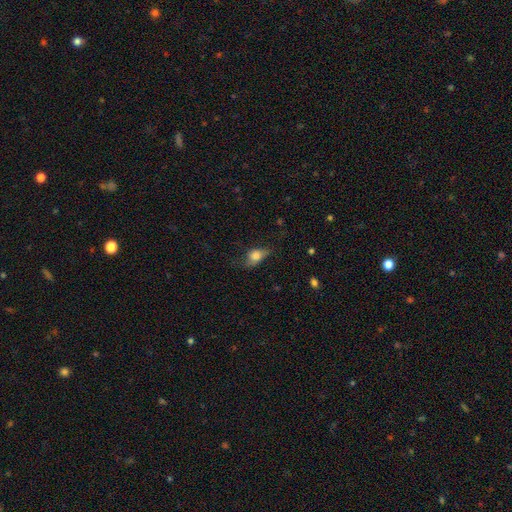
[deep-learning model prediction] Smooth or featured? Predicted: smooth (p=0.69). How rounded? Predicted: in between (p=0.69). Merging? Predicted: none (p=0.45).